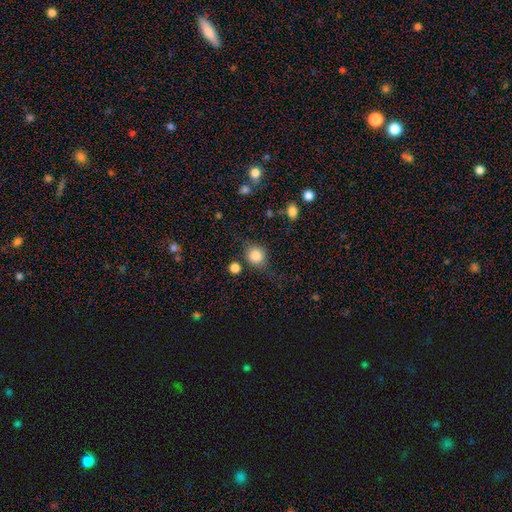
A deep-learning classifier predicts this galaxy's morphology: smooth_or_featured: smooth (p=0.82) [alt: star or artifact p=0.10]
how_rounded: round (p=0.83) [alt: in between p=0.16]
merging: none (p=0.70) [alt: minor disturbance p=0.18]